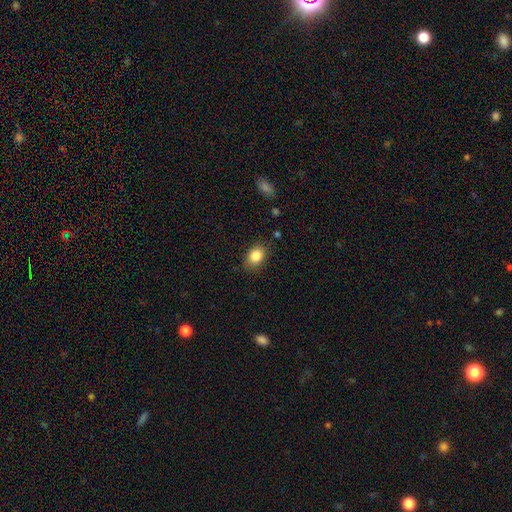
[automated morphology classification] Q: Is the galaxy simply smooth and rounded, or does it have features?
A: smooth — 85%.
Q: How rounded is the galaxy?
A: in between — 68%.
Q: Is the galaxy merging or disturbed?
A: none — 82%.